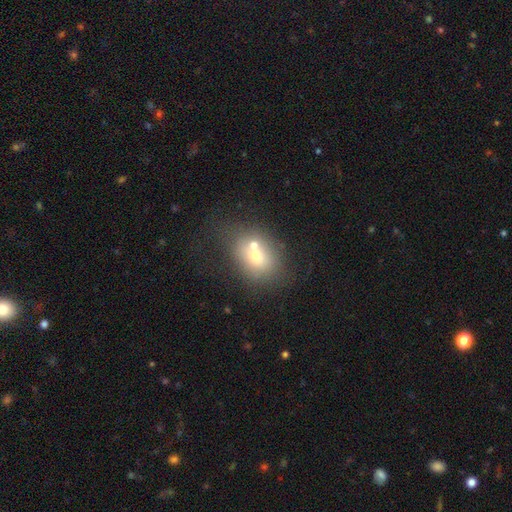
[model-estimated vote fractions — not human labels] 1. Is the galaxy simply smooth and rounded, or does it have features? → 60% smooth, 26% featured or disk, 14% star or artifact.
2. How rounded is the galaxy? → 53% in between, 45% round, 1% cigar-shaped.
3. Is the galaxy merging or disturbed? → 45% merger, 36% none, 13% minor disturbance, 6% major disturbance.